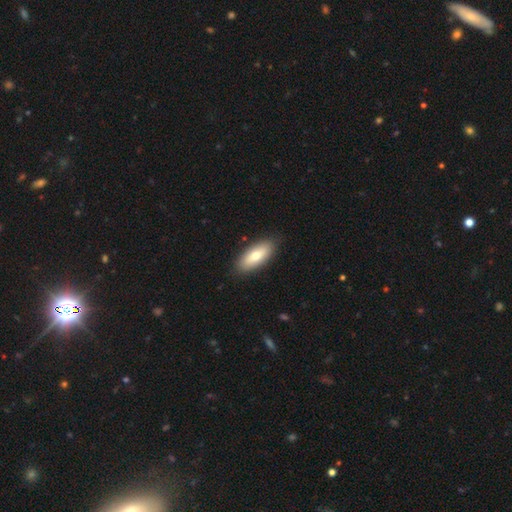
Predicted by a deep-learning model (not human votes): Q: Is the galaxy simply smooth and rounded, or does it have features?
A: smooth — 73%.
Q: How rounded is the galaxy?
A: in between — 82%.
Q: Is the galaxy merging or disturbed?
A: none — 87%.